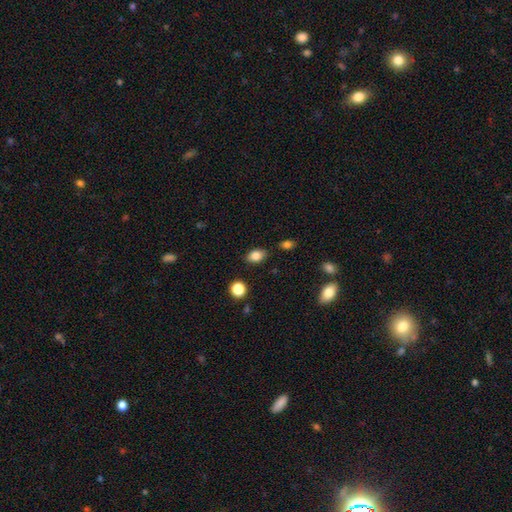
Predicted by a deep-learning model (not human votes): Smooth or featured: smooth — 83% (star or artifact — 10%)
How rounded: in between — 79% (round — 19%)
Merging: none — 82% (minor disturbance — 13%)